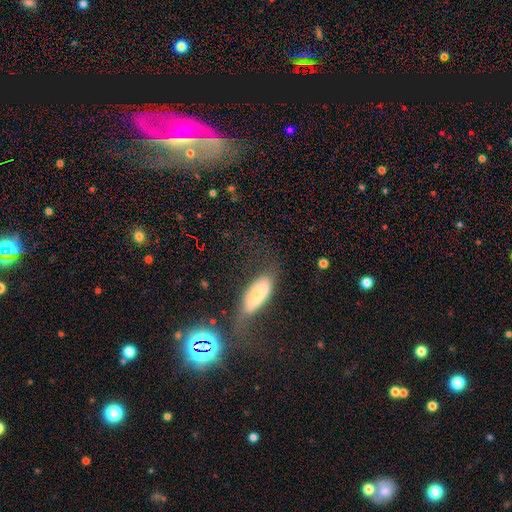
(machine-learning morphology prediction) Smooth or featured? featured or disk (43%)
Merging? none (51%)